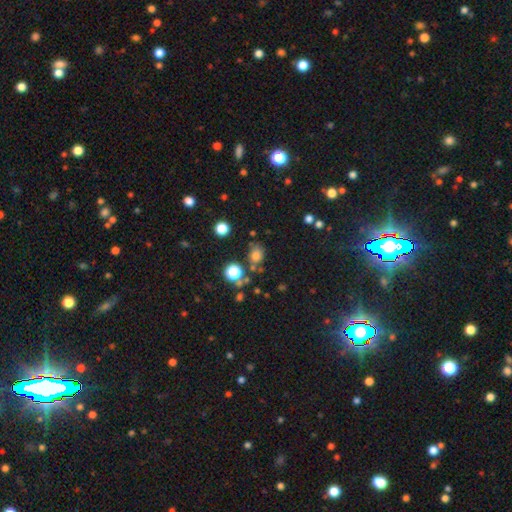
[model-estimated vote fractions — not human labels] Overall: smooth (72%). How rounded: round (59%; in between 40%). Merging: none (67%).